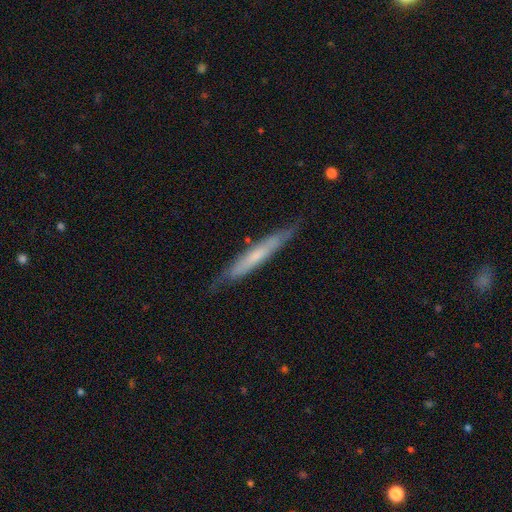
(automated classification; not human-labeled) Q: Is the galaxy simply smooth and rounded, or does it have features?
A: featured or disk — 47%, tied with smooth.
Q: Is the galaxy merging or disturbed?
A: none — 77%.